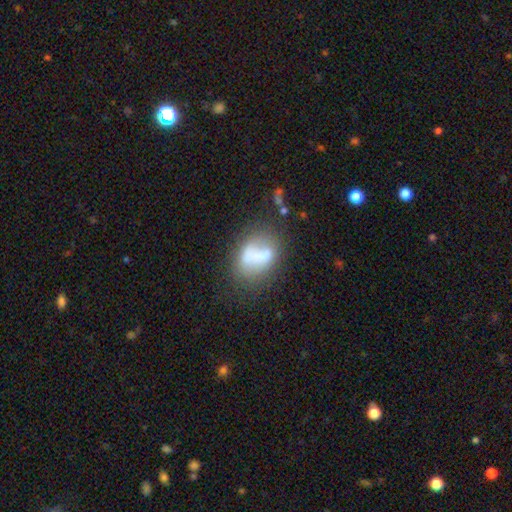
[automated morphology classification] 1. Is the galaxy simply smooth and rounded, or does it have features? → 54% smooth, 35% featured or disk, 11% star or artifact.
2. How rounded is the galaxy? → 66% in between, 31% round, 2% cigar-shaped.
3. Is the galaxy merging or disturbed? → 37% none, 26% merger, 20% minor disturbance, 16% major disturbance.